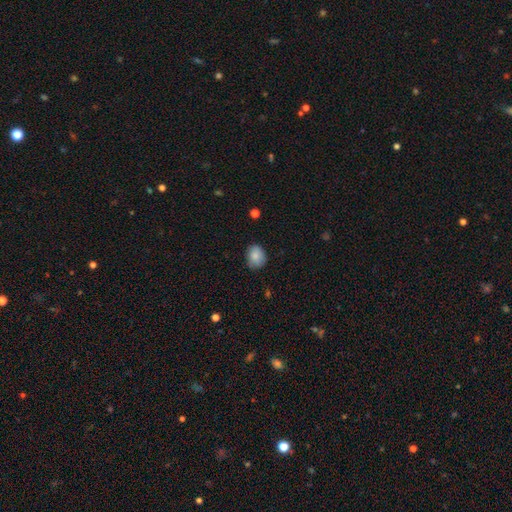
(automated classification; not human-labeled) A smooth galaxy with no disk features (84%) that is in between round and cigar-shaped (54%). Merging: none (75%).